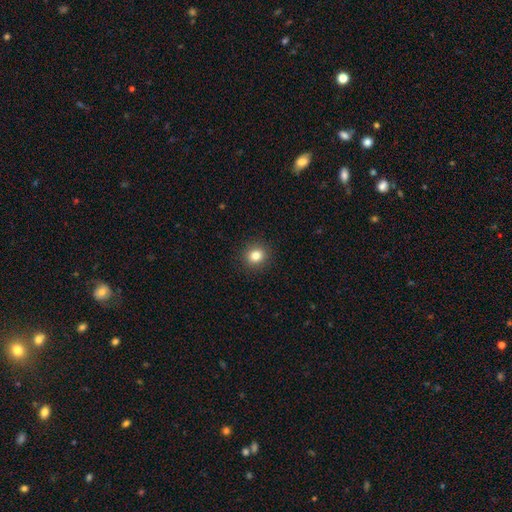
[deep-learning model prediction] smooth_or_featured: smooth (p=0.82) [alt: star or artifact p=0.12]
how_rounded: round (p=0.87) [alt: in between p=0.12]
merging: none (p=0.92) [alt: minor disturbance p=0.05]